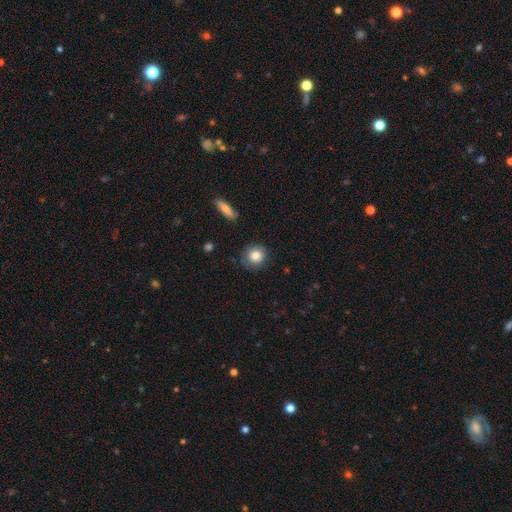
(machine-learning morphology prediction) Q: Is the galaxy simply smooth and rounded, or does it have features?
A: smooth — 82%.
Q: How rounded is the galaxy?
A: round — 90%.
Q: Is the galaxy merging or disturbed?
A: none — 82%.